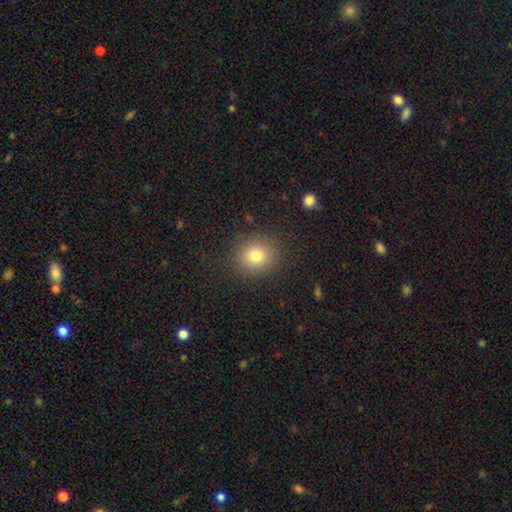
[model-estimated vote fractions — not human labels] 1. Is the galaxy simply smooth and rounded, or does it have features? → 79% smooth, 13% star or artifact, 9% featured or disk.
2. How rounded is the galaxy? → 82% round, 17% in between, 1% cigar-shaped.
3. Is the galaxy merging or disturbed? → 87% none, 8% minor disturbance, 3% major disturbance, 1% merger.